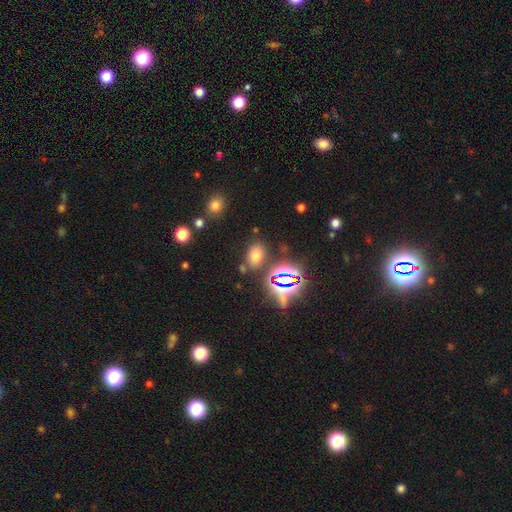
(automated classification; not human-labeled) smooth-or-featured: smooth: 60% | star or artifact: 30% | featured or disk: 9%
  how-rounded: in between: 79% | round: 19% | cigar-shaped: 2%
  merging: none: 78% | minor disturbance: 11% | merger: 7% | major disturbance: 4%